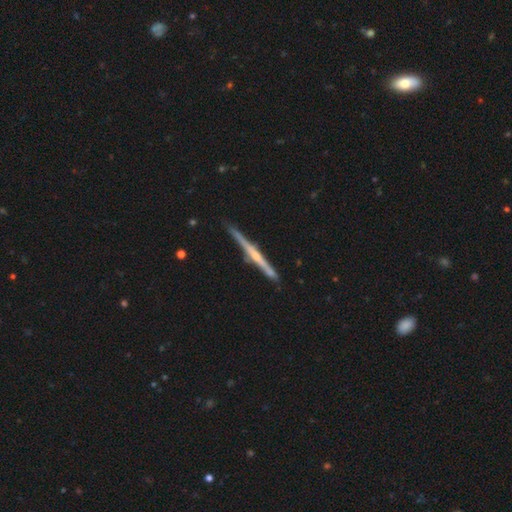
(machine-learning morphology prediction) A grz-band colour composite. It shows a featured or disk galaxy (78%) viewed edge-on (98%) with a rounded central bulge (57%). Merging: none (85%).